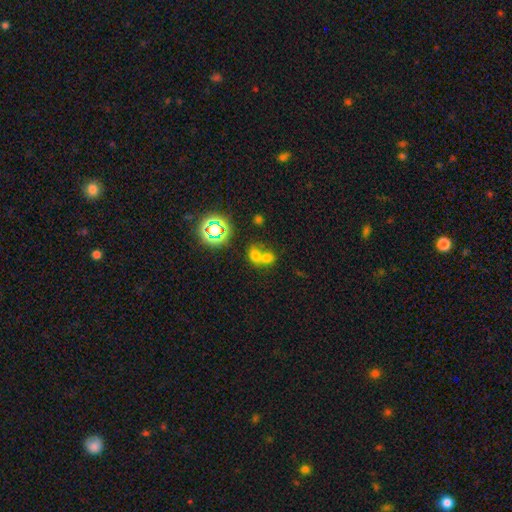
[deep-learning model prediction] Morphology: type=smooth (61%); roundness=round (56%); merging=merger (65%).